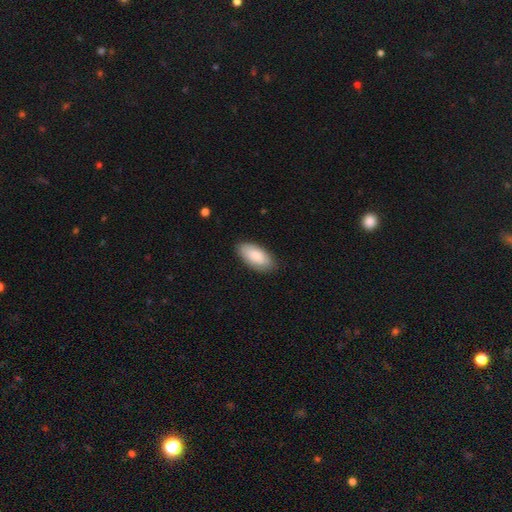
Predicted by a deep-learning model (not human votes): A smooth galaxy with no disk features (86%) that is in between round and cigar-shaped (93%).

Vote fractions:
- Smooth or featured? smooth: 86% / featured or disk: 9% / star or artifact: 5%
- How rounded? in between: 93% / cigar-shaped: 5% / round: 2%
- Merging? none: 85% / minor disturbance: 12% / major disturbance: 2% / merger: 1%